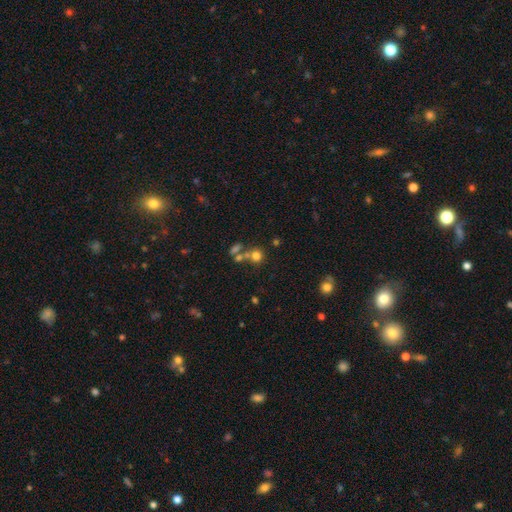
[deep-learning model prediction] Q: Smooth or featured?
A: smooth (71%); runner-up: star or artifact (17%)
Q: How rounded?
A: round (85%); runner-up: in between (14%)
Q: Merging?
A: none (54%); runner-up: merger (30%)